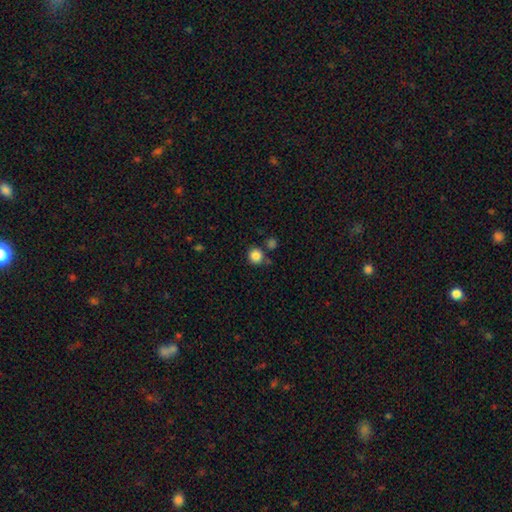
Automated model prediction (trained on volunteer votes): A smooth galaxy with no disk features (86%) that is round (93%). Merging: none (79%).